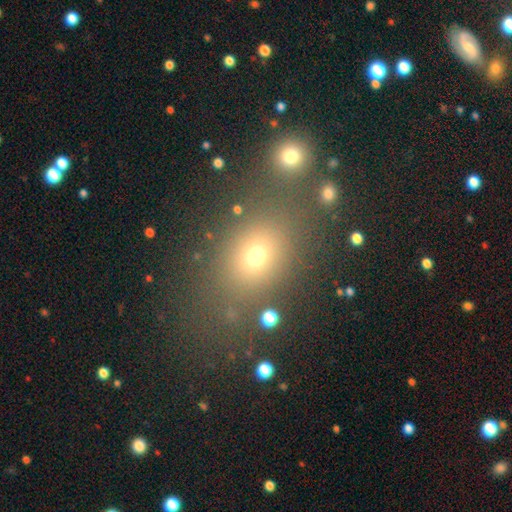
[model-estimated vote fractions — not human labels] This appears to be a smooth galaxy with no disk features (63%) that is in between round and cigar-shaped (57%). Merging: none (74%).